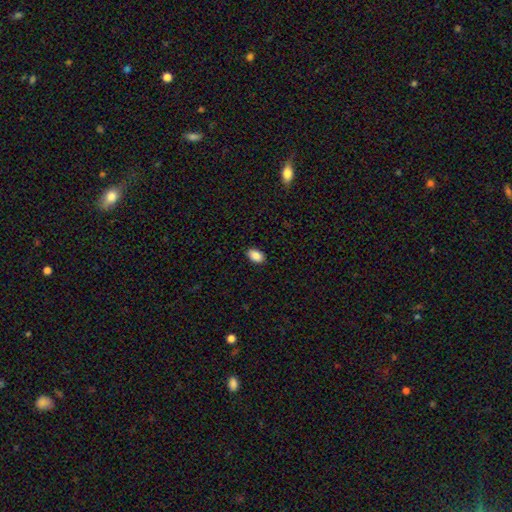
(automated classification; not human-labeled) smooth-or-featured: smooth: 90% | star or artifact: 7% | featured or disk: 3%
  how-rounded: in between: 91% | round: 7% | cigar-shaped: 1%
  merging: none: 89% | minor disturbance: 8% | major disturbance: 2% | merger: 1%